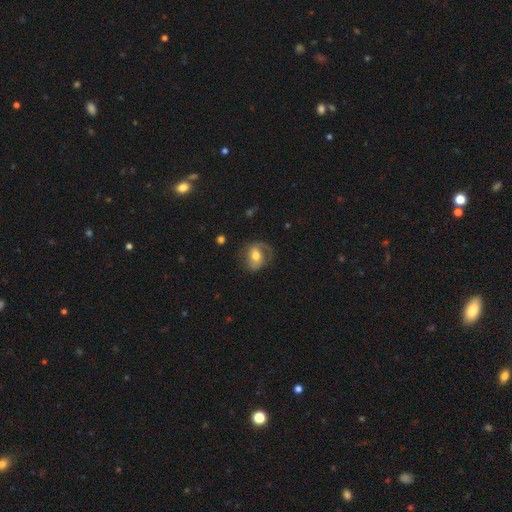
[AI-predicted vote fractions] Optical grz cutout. It shows a featured or disk galaxy (57%) with a weak bar (38%), spiral arms (76%) and a moderate central bulge (70%). Merging: none (59%).